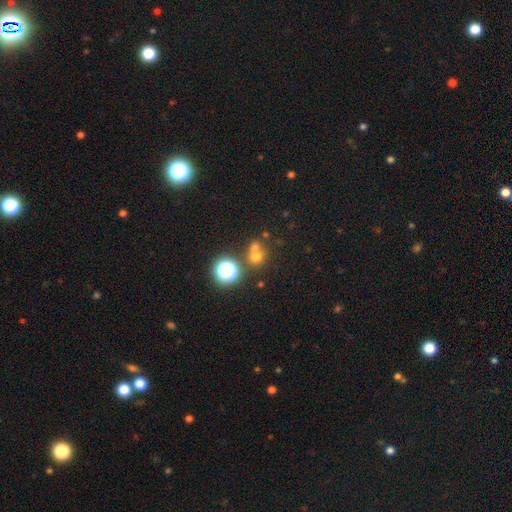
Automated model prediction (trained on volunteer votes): Overall: smooth (63%; star or artifact 26%). How rounded: round (85%). Merging: none (53%; merger 36%).